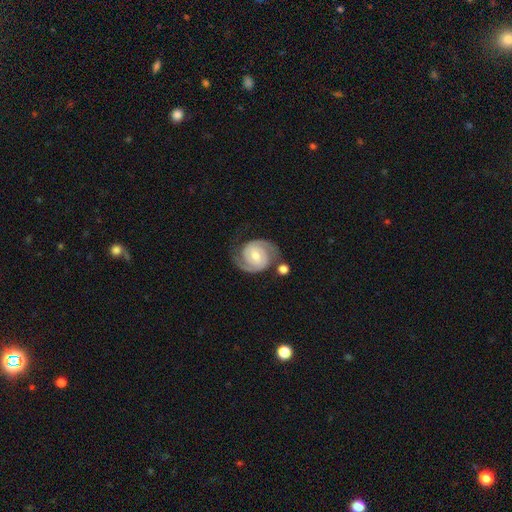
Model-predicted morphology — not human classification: smooth-or-featured: featured or disk: 88% | smooth: 7% | star or artifact: 5%
  disk-edge-on: no: 98% | yes: 2%
    bar: no: 46% | weak: 41% | strong: 13%
    has-spiral-arms: yes: 98% | no: 2%
      spiral-winding: tight: 61% | medium: 33% | loose: 6%
      spiral-arm-count: 2: 92% | can't tell: 3% | 3: 2% | 1: 1% | 4: 1% | more than 4: 1%
    bulge-size: moderate: 57% | small: 36% | large: 4% | none: 2% | dominant: 1%
  merging: none: 75% | minor disturbance: 13% | merger: 6% | major disturbance: 5%